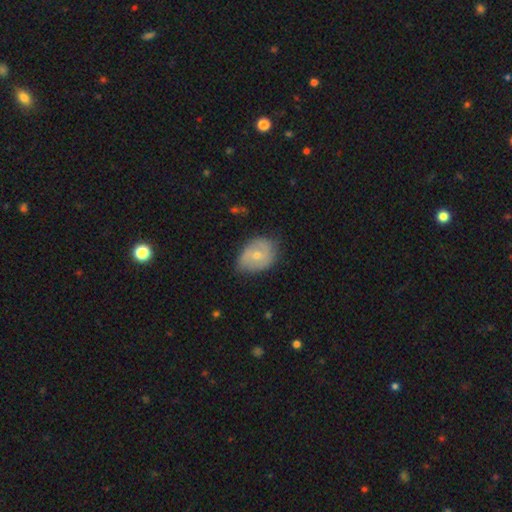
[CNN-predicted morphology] smooth_or_featured: smooth (p=0.52) [alt: featured or disk p=0.41]
how_rounded: in between (p=0.63) [alt: round p=0.36]
merging: none (p=0.57) [alt: minor disturbance p=0.33]